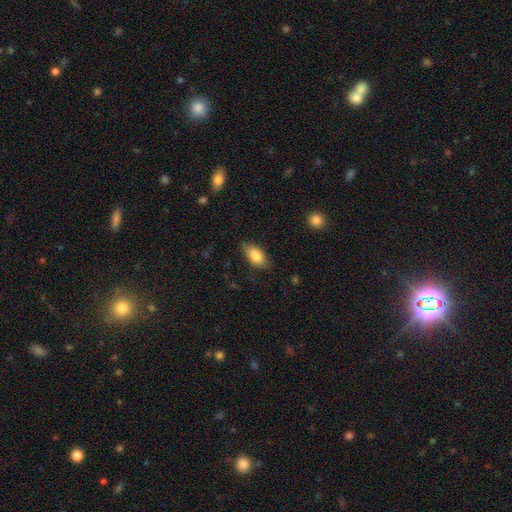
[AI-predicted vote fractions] The model was most divided on "merging": none: 81%, minor disturbance: 14%, major disturbance: 3%, merger: 1%. More confident: how rounded — in between (90%); smooth or featured — smooth (84%).